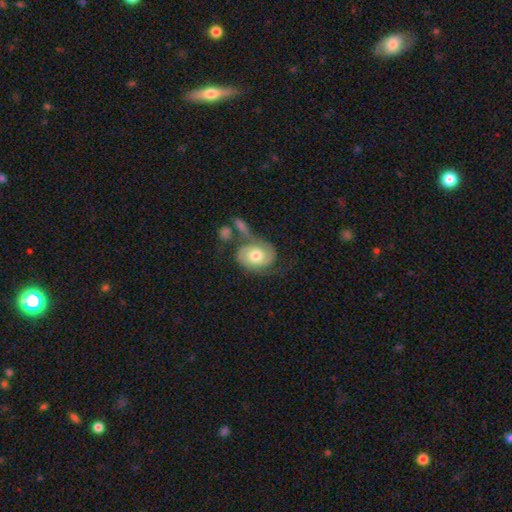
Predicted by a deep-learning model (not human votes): This is likely a featured or disk galaxy (78%). It is clearly not viewed edge-on (97%). Bar: likely no (73%). Spiral arm pattern: clearly yes (94%). Spiral arm count: clearly 2 (85%). Spiral winding: marginally tight (42%). Central bulge: likely moderate (70%). Merging: possibly none (46%).